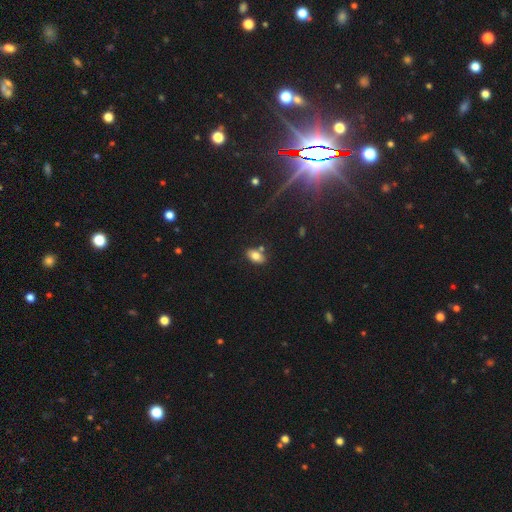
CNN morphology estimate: This is likely a smooth galaxy (78%). How rounded: clearly in between (90%). Merging: likely none (72%).